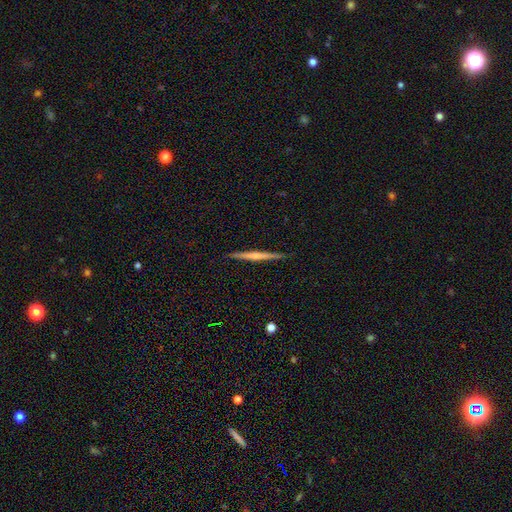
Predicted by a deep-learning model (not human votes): This is likely a featured or disk galaxy (65%). It is clearly viewed edge-on (98%). Edge-on bulge: possibly rounded (56%). Merging: clearly none (91%).